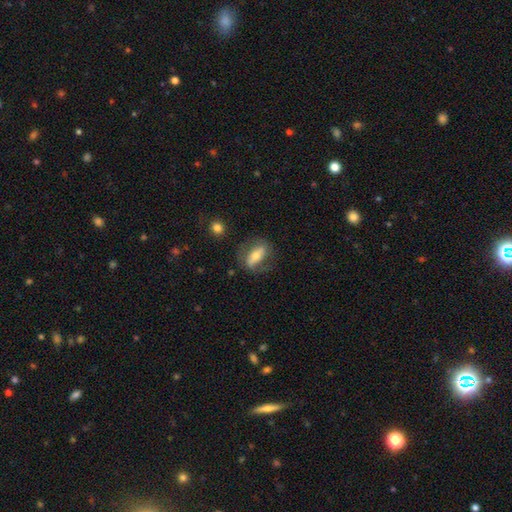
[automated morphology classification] Smooth or featured? smooth (47%)
Merging? none (68%)